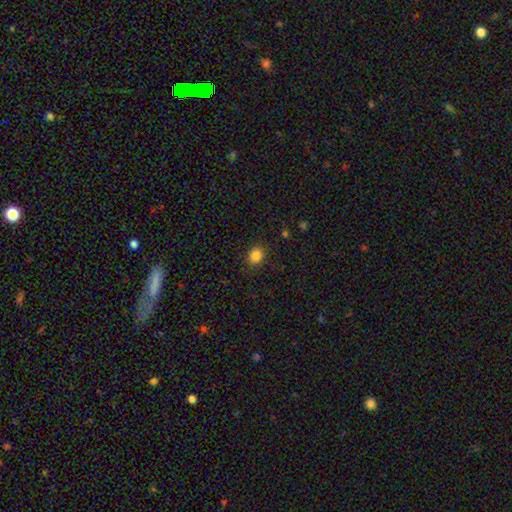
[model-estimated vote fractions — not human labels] This appears to be a smooth galaxy with no disk features (85%) that is round (58%). Merging: none (89%).